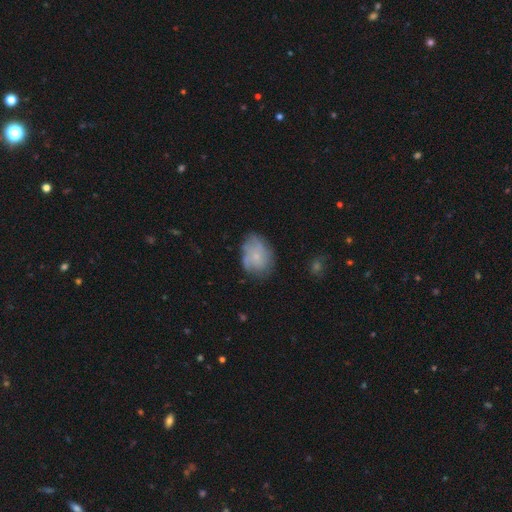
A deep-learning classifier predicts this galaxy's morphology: Smooth or featured: smooth — 57% (featured or disk — 34%)
How rounded: in between — 67% (round — 32%)
Merging: none — 60% (minor disturbance — 28%)